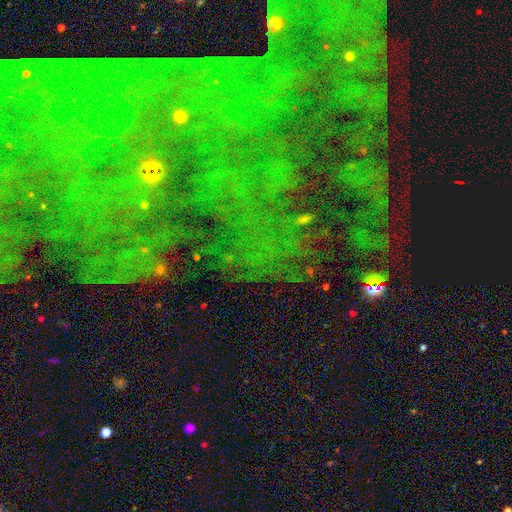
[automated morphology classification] This appears to be a star or artifact, not a galaxy (74%).